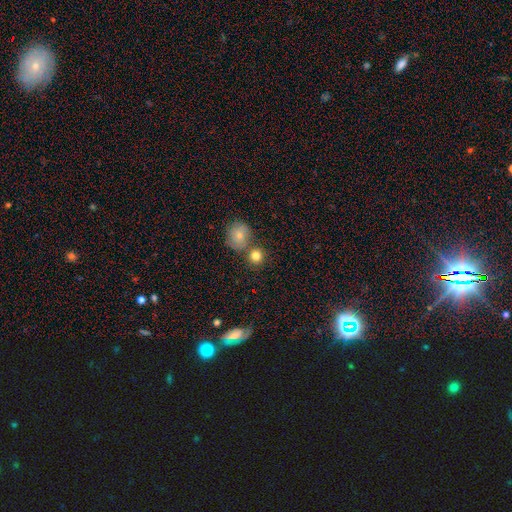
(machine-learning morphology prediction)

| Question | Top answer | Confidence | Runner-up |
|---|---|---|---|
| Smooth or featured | smooth | 81% | star or artifact (10%) |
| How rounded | round | 88% | in between (10%) |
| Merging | none | 65% | merger (24%) |